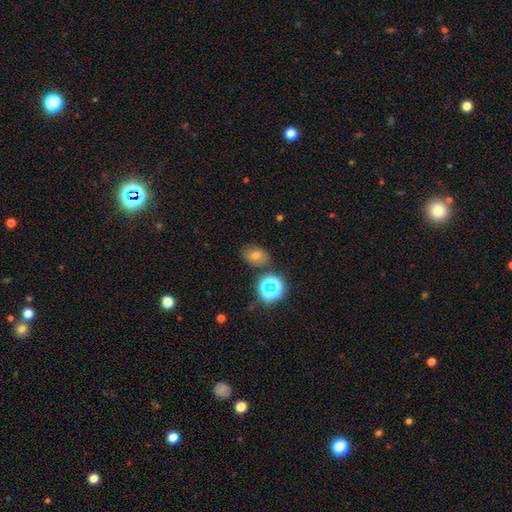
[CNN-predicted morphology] Smooth or featured: smooth — 50% (star or artifact — 36%)
Merging: none — 81% (minor disturbance — 11%)